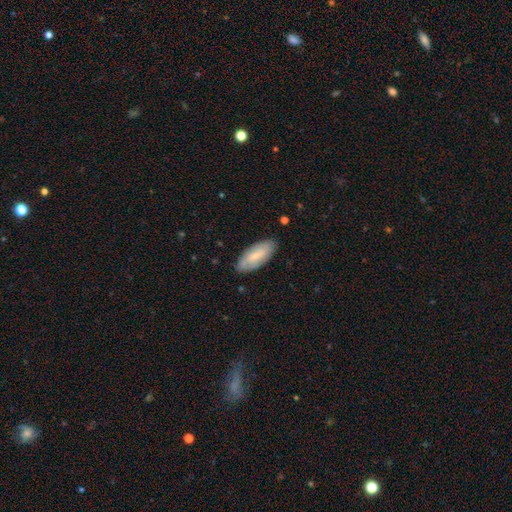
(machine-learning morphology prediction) This appears to be a smooth galaxy with no disk features (60%) that is in between round and cigar-shaped (83%). Merging: none (83%).